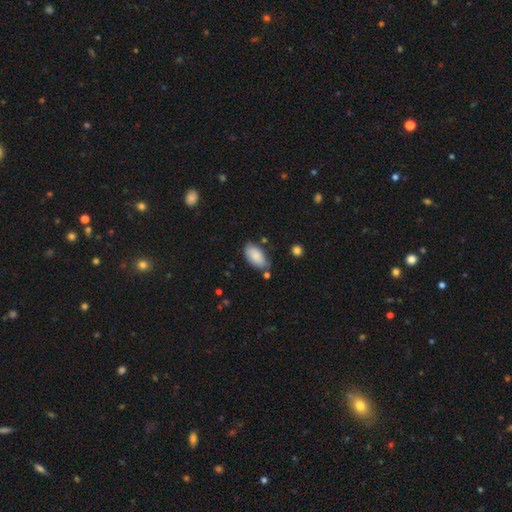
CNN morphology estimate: Smooth or featured: smooth — 86% (featured or disk — 7%)
How rounded: in between — 95% (cigar-shaped — 3%)
Merging: none — 68% (minor disturbance — 22%)